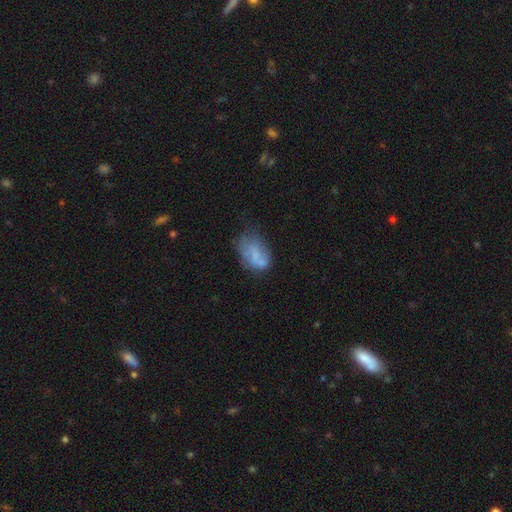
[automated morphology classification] A smooth galaxy with no disk features (58%) that is in between round and cigar-shaped (87%).

Vote fractions:
- Smooth or featured? smooth: 58% / featured or disk: 31% / star or artifact: 10%
- How rounded? in between: 87% / round: 11% / cigar-shaped: 2%
- Merging? minor disturbance: 33% / none: 32% / major disturbance: 25% / merger: 11%